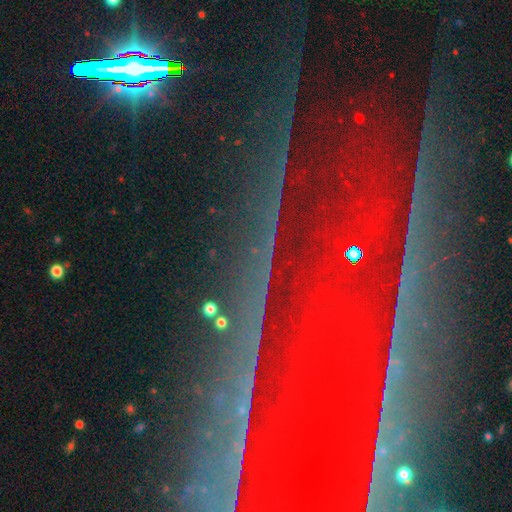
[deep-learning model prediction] Q: Smooth or featured?
A: star or artifact (87%); runner-up: featured or disk (7%)